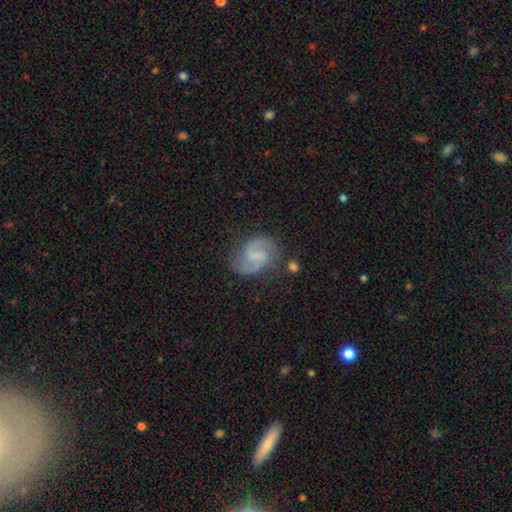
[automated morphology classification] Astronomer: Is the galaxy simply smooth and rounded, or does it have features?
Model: featured or disk — 83%.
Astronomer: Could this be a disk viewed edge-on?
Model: no — 98%.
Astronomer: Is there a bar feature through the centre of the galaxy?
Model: weak — 55%.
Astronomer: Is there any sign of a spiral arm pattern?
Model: yes — 96%.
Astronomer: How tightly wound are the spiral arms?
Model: medium — 55%.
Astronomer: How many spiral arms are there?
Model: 2 — 92%.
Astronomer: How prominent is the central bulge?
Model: none — 43% (runner-up: small, 40%).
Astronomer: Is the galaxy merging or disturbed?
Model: none — 75%.